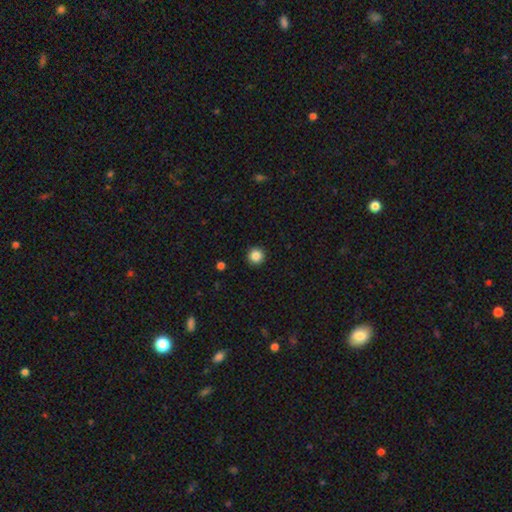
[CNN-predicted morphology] Q: Smooth or featured?
A: smooth (86%); runner-up: star or artifact (10%)
Q: How rounded?
A: round (96%); runner-up: in between (3%)
Q: Merging?
A: none (92%); runner-up: minor disturbance (5%)